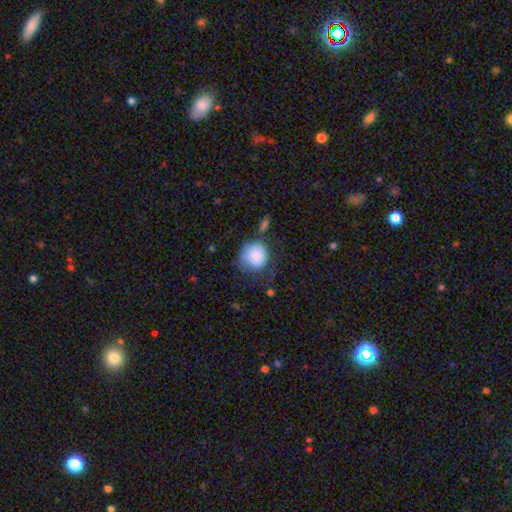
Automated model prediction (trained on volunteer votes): The model was most divided on "merging": none: 40%, minor disturbance: 31%, major disturbance: 20%, merger: 9%. More confident: smooth or featured — smooth (81%); how rounded — round (79%).